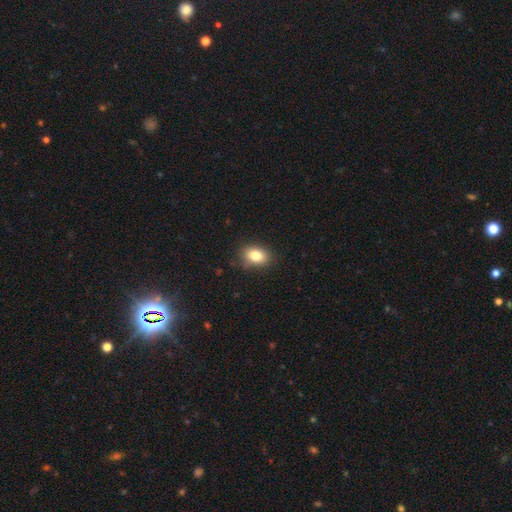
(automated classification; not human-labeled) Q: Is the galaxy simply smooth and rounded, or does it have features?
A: smooth — 82%.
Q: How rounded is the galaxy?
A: in between — 73%.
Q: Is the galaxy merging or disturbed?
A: none — 83%.